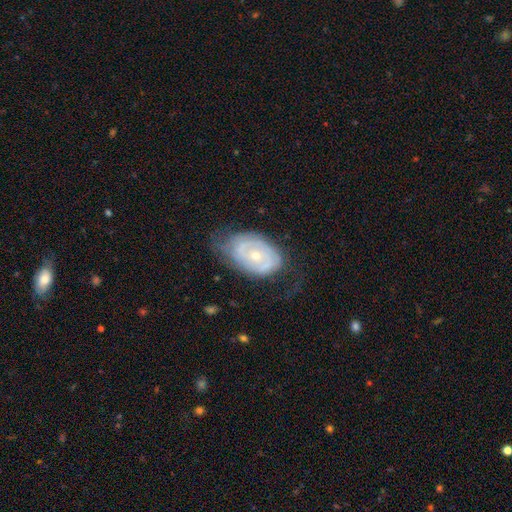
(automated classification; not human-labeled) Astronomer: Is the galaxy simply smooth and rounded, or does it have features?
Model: featured or disk — 72%.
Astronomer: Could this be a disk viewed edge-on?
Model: no — 95%.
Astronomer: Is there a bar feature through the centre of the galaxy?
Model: no — 77%.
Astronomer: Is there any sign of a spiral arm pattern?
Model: yes — 68%.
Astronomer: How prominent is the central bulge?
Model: small — 55% (runner-up: moderate, 42%).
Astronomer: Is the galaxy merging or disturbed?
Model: none — 55%.